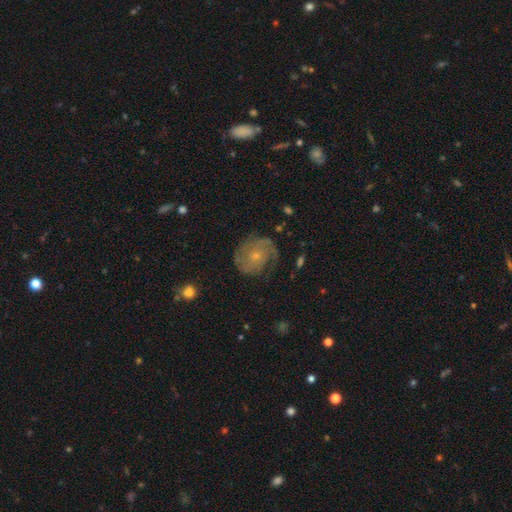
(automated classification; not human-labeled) This appears to be a featured or disk galaxy (75%) with no bar (76%), 2 (46%) tight (49%) spiral arms (92%) and a small central bulge (71%). Merging: none (72%).